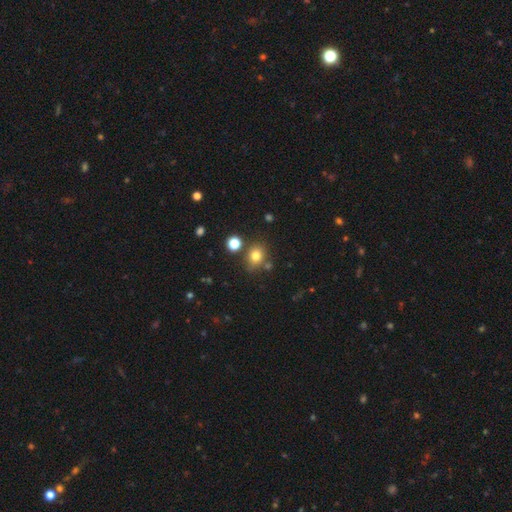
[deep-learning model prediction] Smooth or featured: smooth — 78% (star or artifact — 14%)
How rounded: round — 61% (in between — 38%)
Merging: none — 75% (minor disturbance — 12%)